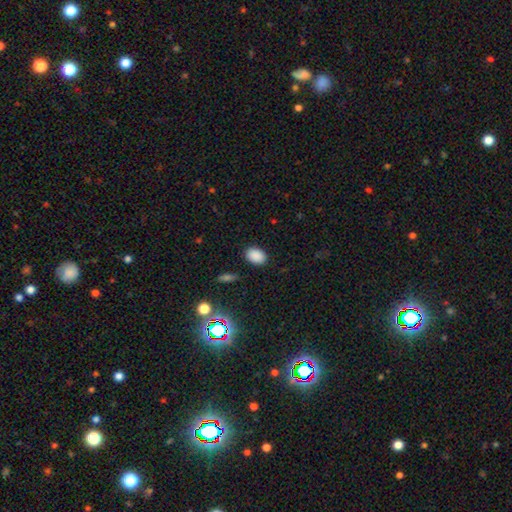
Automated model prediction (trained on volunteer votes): A smooth galaxy with no disk features (87%) that is in between round and cigar-shaped (77%).

Vote fractions:
- Smooth or featured? smooth: 87% / star or artifact: 10% / featured or disk: 3%
- How rounded? in between: 77% / round: 22% / cigar-shaped: 1%
- Merging? none: 87% / minor disturbance: 9% / major disturbance: 3% / merger: 1%